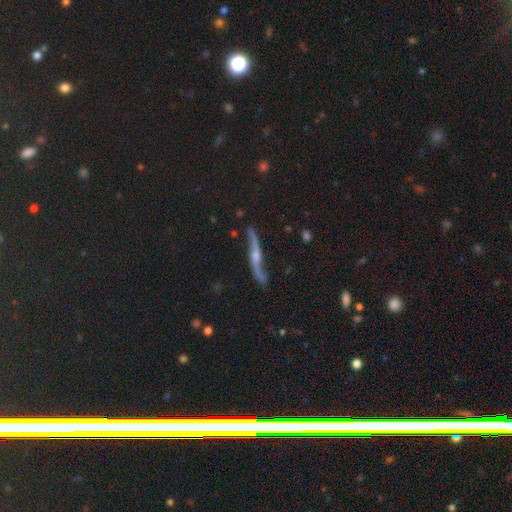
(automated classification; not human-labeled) smooth_or_featured: featured or disk (p=0.76) [alt: star or artifact p=0.13]
disk_edge_on: yes (p=0.62) [alt: no p=0.38]
merging: none (p=0.76) [alt: minor disturbance p=0.15]